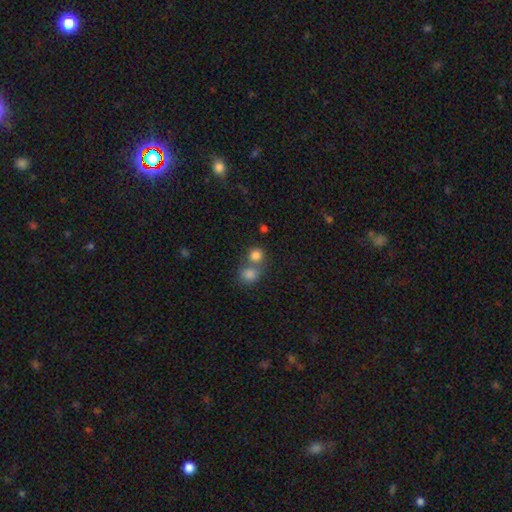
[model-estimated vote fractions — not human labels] The model was most divided on "merging": none: 47%, merger: 43%, minor disturbance: 7%, major disturbance: 3%. More confident: how rounded — round (84%); smooth or featured — smooth (81%).